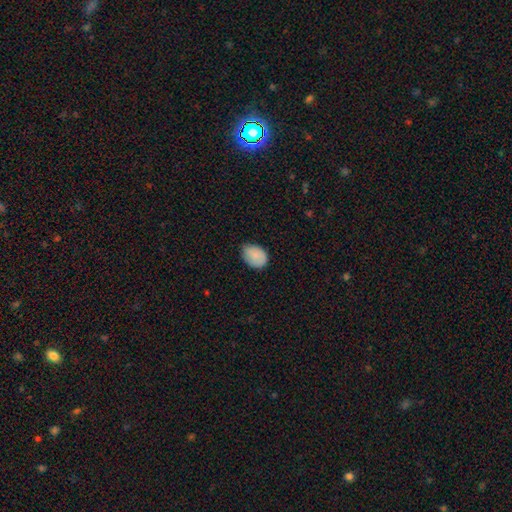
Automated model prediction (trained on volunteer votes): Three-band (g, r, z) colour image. It shows a smooth galaxy with no disk features (85%) that is in between round and cigar-shaped (78%). Merging: none (63%).